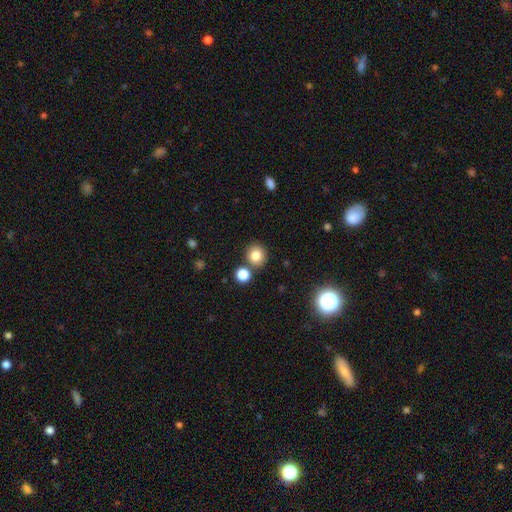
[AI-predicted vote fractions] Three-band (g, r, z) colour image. It shows a smooth galaxy with no disk features (82%) that is round (87%). Merging: none (78%).